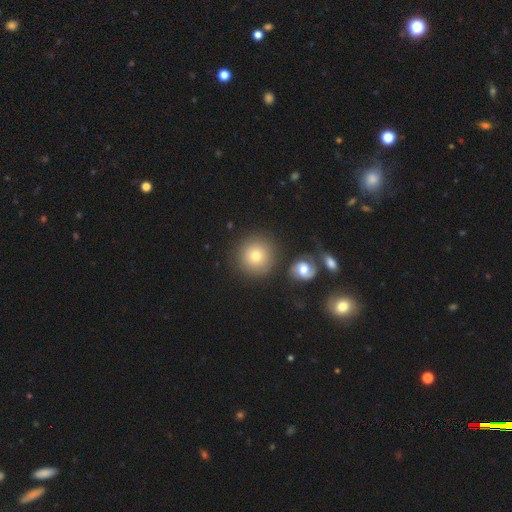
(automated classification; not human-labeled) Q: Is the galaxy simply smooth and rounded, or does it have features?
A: smooth — 74%.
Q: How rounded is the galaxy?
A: round — 94%.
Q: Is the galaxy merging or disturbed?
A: none — 80%.